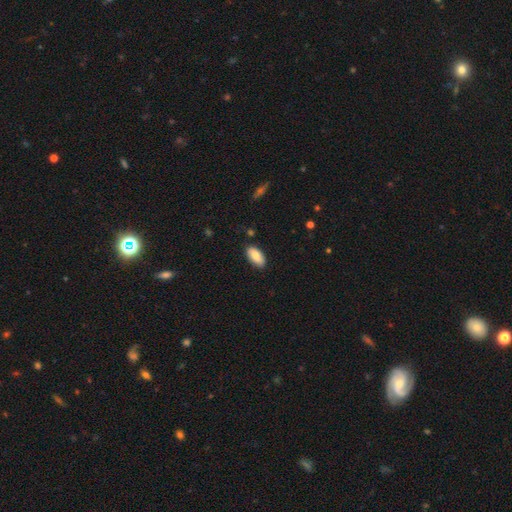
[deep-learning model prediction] This appears to be a smooth galaxy with no disk features (83%) that is in between round and cigar-shaped (91%). Merging: none (86%).